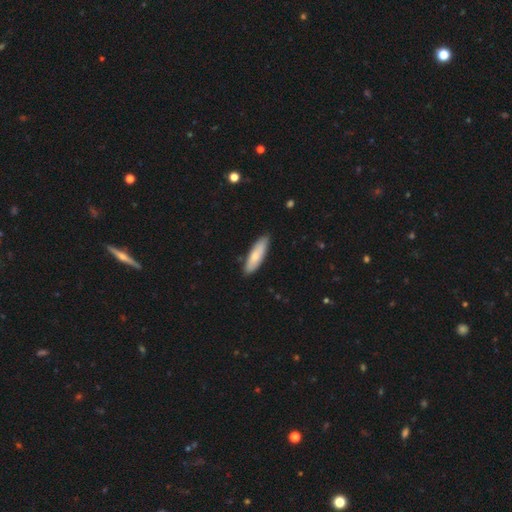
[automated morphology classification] Smooth or featured?
  - smooth: 76% *
  - featured or disk: 19%
  - star or artifact: 5%
How rounded?
  - cigar-shaped: 57% *
  - in between: 41%
  - round: 2%
Merging?
  - none: 86% *
  - minor disturbance: 11%
  - major disturbance: 2%
  - merger: 1%